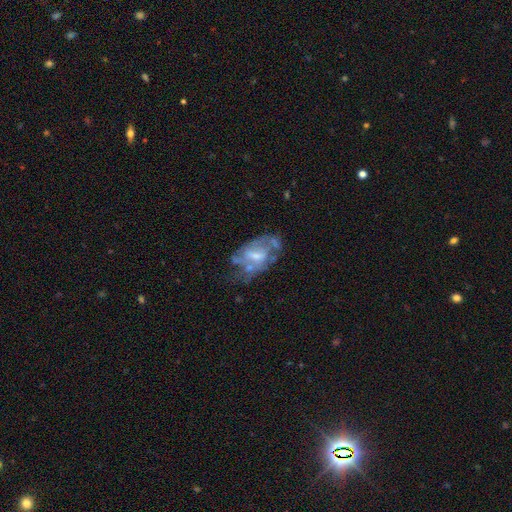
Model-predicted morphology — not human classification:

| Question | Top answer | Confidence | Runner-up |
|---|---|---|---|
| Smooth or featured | featured or disk | 70% | smooth (21%) |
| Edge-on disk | no | 95% | yes (5%) |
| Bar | weak | 44% | tied: no (44%) |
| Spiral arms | yes | 56% | no (44%) |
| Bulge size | moderate | 42% | small (38%) |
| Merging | none | 42% | minor disturbance (25%) |